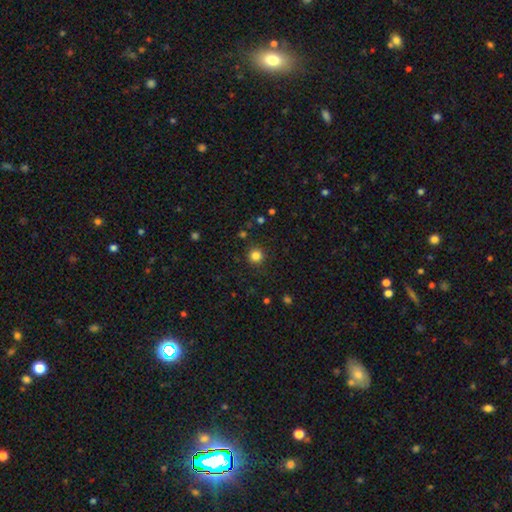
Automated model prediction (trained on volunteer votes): This appears to be a smooth galaxy with no disk features (83%) that is round (94%). Merging: none (89%).